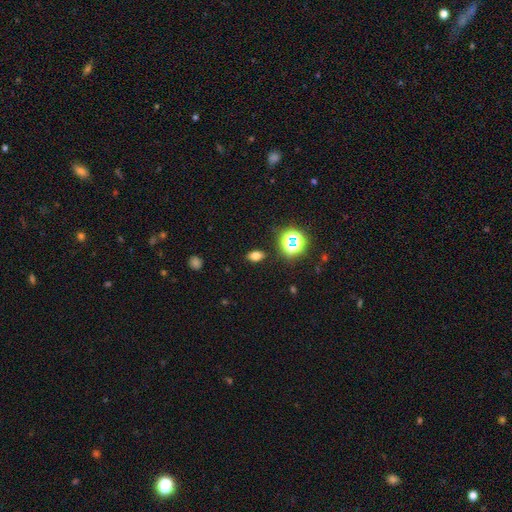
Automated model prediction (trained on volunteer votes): Smooth or featured? Predicted: smooth (p=0.68). How rounded? Predicted: in between (p=0.81). Merging? Predicted: none (p=0.87).